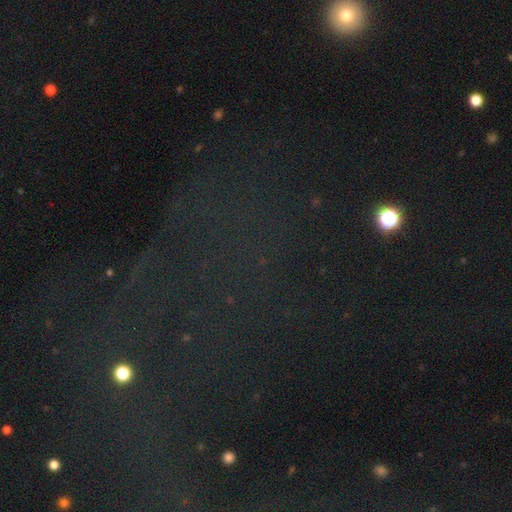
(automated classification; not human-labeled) smooth-or-featured: star or artifact: 71% | smooth: 18% | featured or disk: 12%